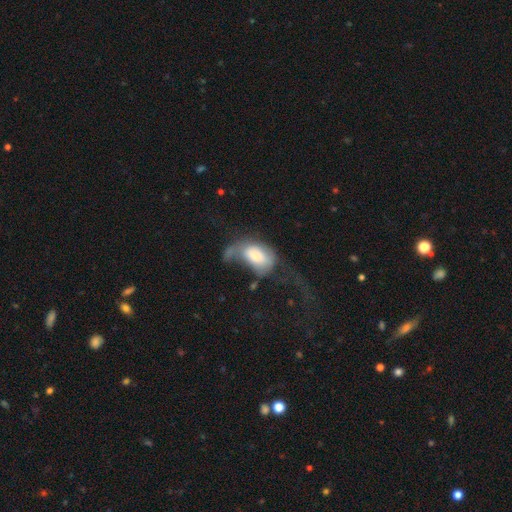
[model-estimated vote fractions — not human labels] A smooth galaxy with no disk features (65%) that is in between round and cigar-shaped (87%). Merging: major disturbance (56%).